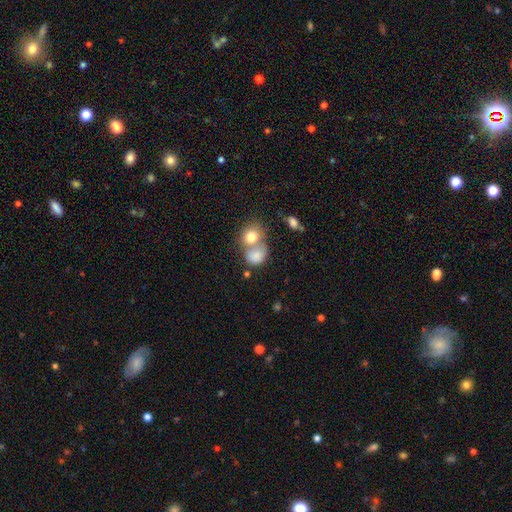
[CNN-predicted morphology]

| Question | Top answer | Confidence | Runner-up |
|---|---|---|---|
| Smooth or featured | smooth | 79% | featured or disk (11%) |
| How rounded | round | 62% | in between (37%) |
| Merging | merger | 56% | none (29%) |